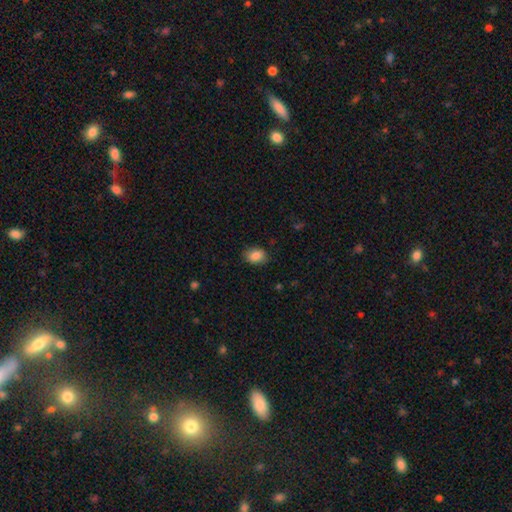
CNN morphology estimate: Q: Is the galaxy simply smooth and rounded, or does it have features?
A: smooth — 87%.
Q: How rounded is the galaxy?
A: in between — 74%.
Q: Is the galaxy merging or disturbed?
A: none — 84%.